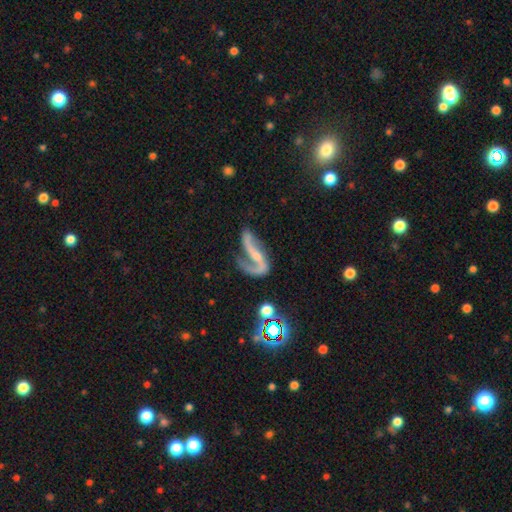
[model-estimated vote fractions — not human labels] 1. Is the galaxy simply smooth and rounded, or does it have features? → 84% featured or disk, 9% smooth, 8% star or artifact.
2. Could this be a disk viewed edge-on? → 93% no, 7% yes.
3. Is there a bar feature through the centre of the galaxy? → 37% strong, 35% no, 28% weak.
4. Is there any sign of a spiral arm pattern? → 93% yes, 7% no.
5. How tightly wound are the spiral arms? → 70% loose, 23% medium, 7% tight.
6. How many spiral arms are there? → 72% 2, 22% 1, 3% can't tell, 1% 3, 1% 4, 1% more than 4.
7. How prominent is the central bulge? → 62% small, 22% moderate, 13% none, 2% large, 1% dominant.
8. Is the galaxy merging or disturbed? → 45% none, 28% major disturbance, 20% minor disturbance, 7% merger.